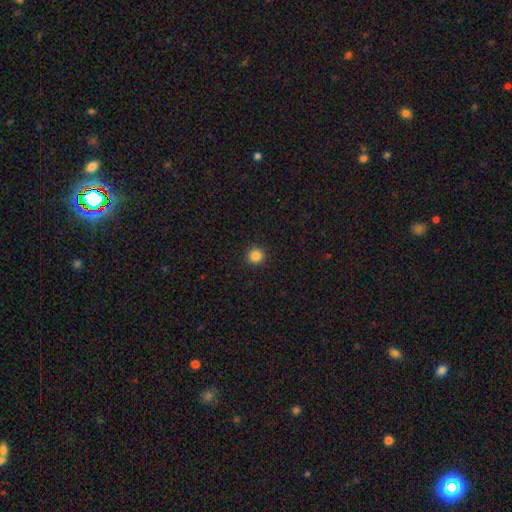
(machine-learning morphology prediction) Smooth or featured: smooth — 86% (star or artifact — 11%)
How rounded: round — 95% (in between — 4%)
Merging: none — 93% (minor disturbance — 4%)